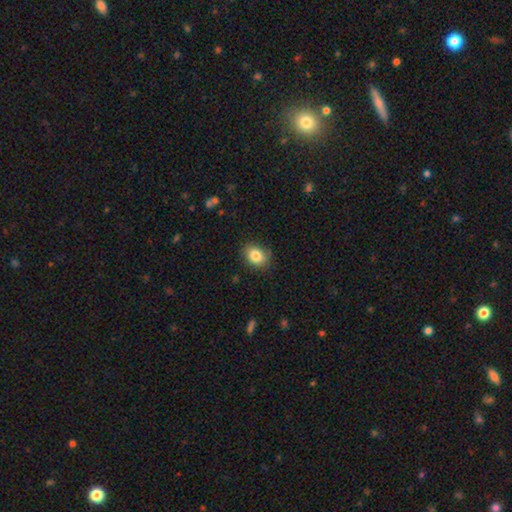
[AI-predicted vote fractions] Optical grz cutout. It shows a smooth galaxy with no disk features (84%) that is in between round and cigar-shaped (61%). Merging: none (83%).